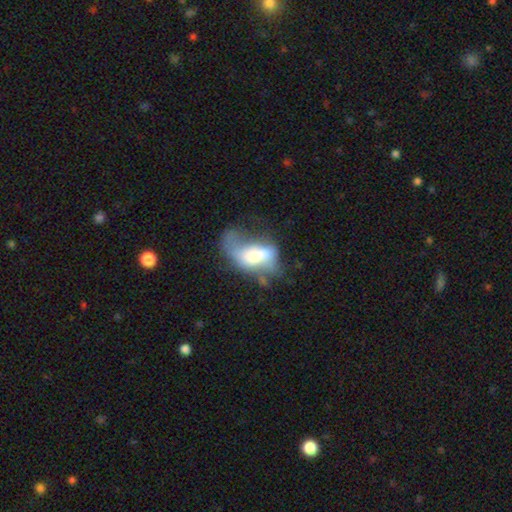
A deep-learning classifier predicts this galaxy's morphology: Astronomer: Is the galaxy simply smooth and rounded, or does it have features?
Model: featured or disk — 49% (runner-up: smooth, 42%).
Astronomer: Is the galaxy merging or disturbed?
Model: major disturbance — 46%.